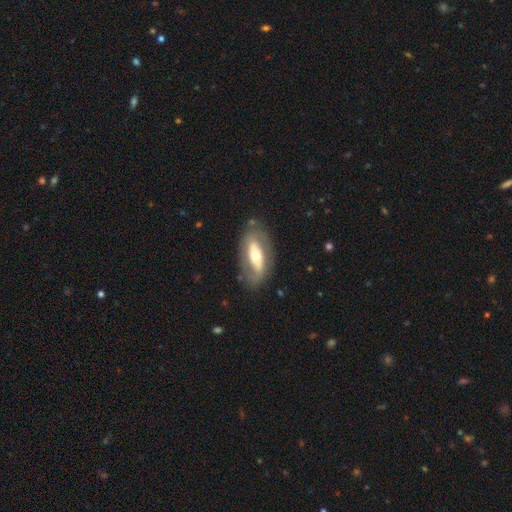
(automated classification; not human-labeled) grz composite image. It shows a featured or disk galaxy (60%). Merging: none (76%).